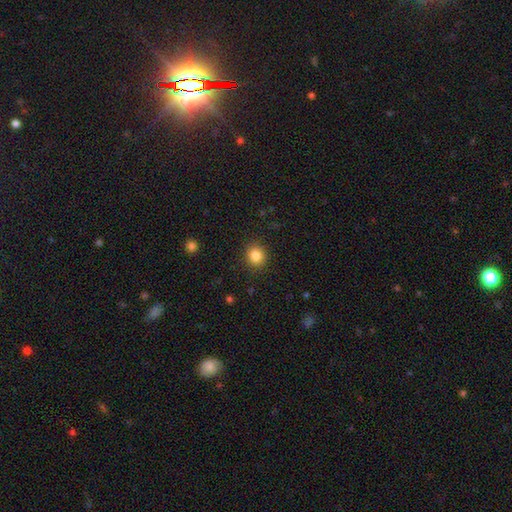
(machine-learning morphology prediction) Smooth or featured? smooth (85%)
How rounded? round (82%)
Merging? none (90%)